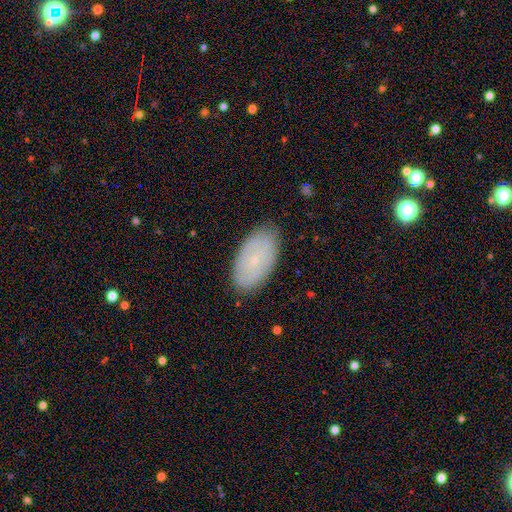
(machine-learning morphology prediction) smooth_or_featured: smooth (p=0.57) [alt: featured or disk p=0.28]
how_rounded: in between (p=0.94) [alt: round p=0.04]
merging: none (p=0.87) [alt: minor disturbance p=0.10]